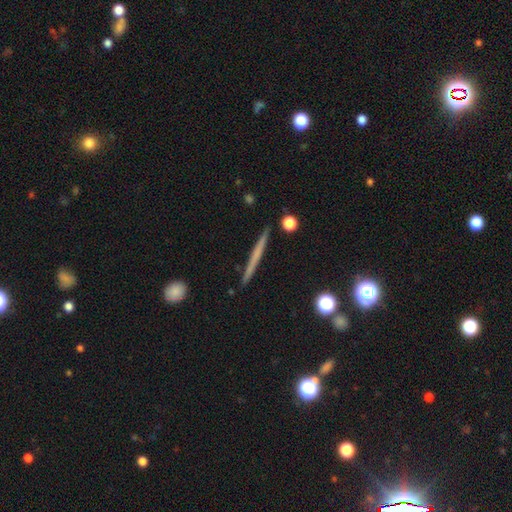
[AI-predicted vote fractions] This appears to be a featured or disk galaxy (52%) viewed edge-on (97%) with no central bulge (87%). Merging: none (91%).